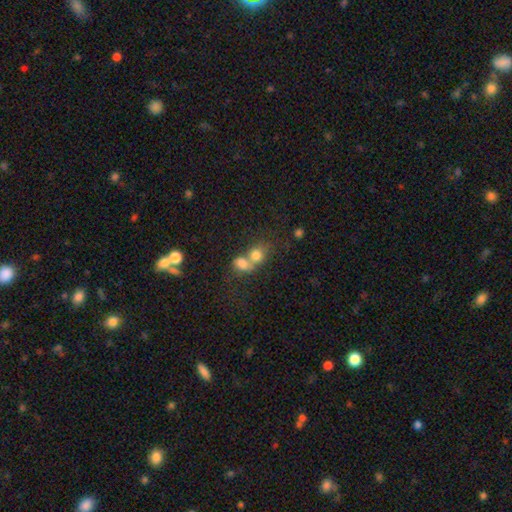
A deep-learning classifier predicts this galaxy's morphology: smooth_or_featured: smooth (p=0.75) [alt: featured or disk p=0.14]
how_rounded: round (p=0.60) [alt: in between p=0.39]
merging: merger (p=0.66) [alt: none p=0.24]